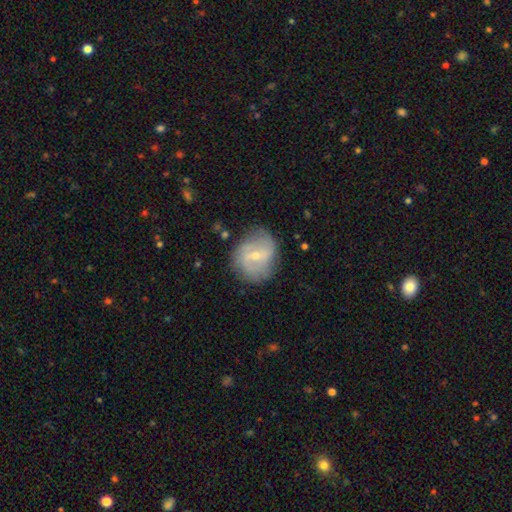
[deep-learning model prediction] smooth-or-featured: featured or disk: 64% | smooth: 29% | star or artifact: 7%
  disk-edge-on: no: 96% | yes: 4%
    bar: weak: 52% | strong: 24% | no: 24%
    has-spiral-arms: yes: 75% | no: 25%
    bulge-size: small: 63% | moderate: 33% | none: 2% | large: 1% | dominant: 1%
  merging: none: 71% | minor disturbance: 20% | major disturbance: 8% | merger: 2%